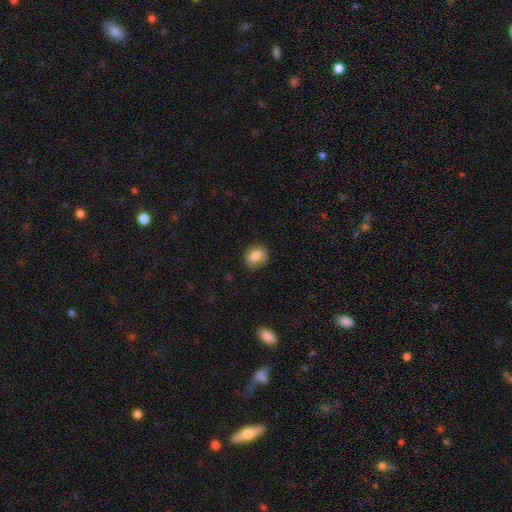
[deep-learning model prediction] Smooth or featured? Predicted: smooth (p=0.77). How rounded? Predicted: round (p=0.56). Merging? Predicted: none (p=0.79).